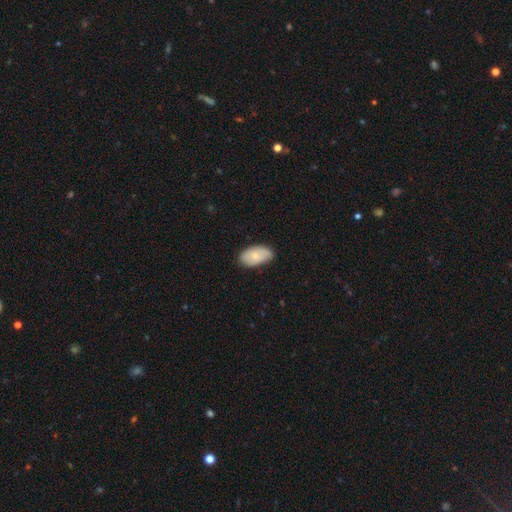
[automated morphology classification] Smooth or featured? Predicted: smooth (p=0.72). How rounded? Predicted: in between (p=0.95). Merging? Predicted: none (p=0.76).